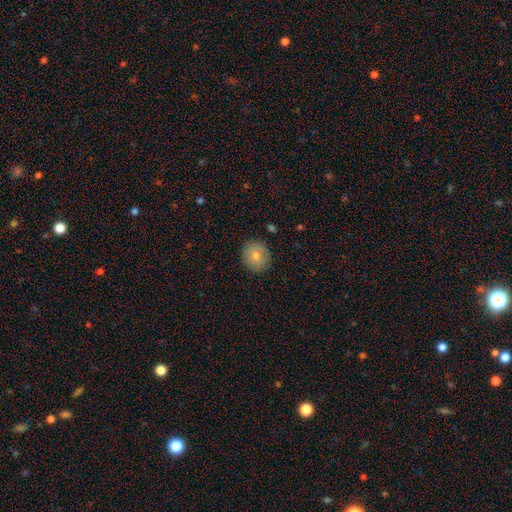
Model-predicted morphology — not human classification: Smooth or featured? smooth (77%)
How rounded? round (82%)
Merging? none (87%)